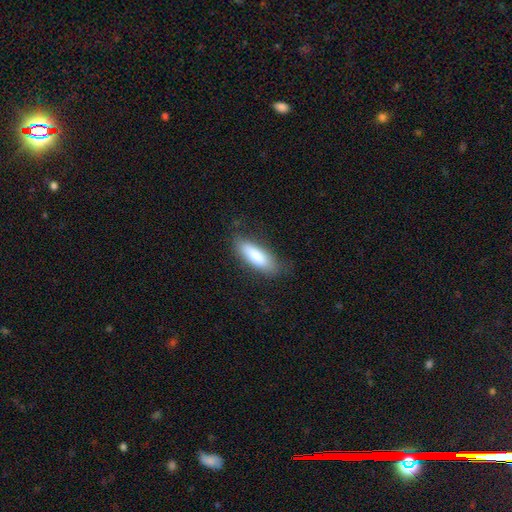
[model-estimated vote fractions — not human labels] smooth_or_featured: smooth (p=0.81) [alt: featured or disk p=0.13]
how_rounded: in between (p=0.58) [alt: cigar-shaped p=0.40]
merging: none (p=0.76) [alt: minor disturbance p=0.18]